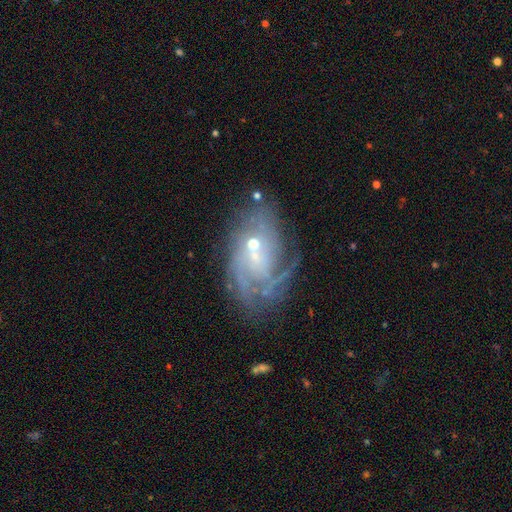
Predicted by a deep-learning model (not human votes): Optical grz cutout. It shows a featured or disk galaxy (77%) with no bar (67%), tight (54%) spiral arms (87%) and a small central bulge (66%). Merging: none (54%).